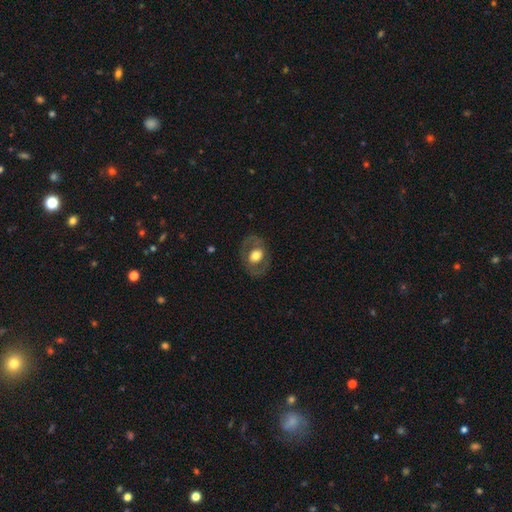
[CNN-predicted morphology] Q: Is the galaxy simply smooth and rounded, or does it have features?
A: smooth — 48%.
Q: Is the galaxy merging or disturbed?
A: none — 78%.